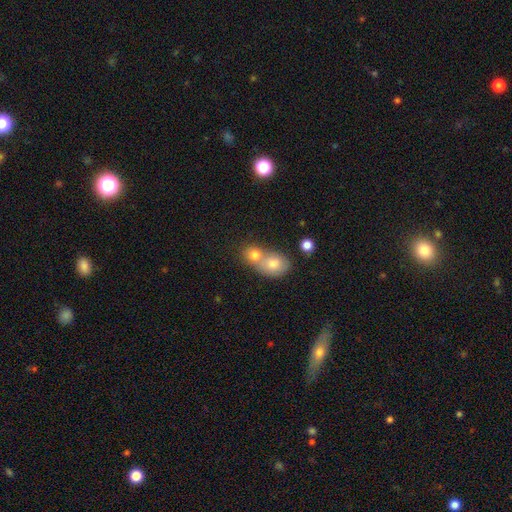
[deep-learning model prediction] smooth-or-featured: smooth: 73% | featured or disk: 15% | star or artifact: 12%
  how-rounded: round: 64% | in between: 34% | cigar-shaped: 2%
  merging: merger: 65% | none: 27% | minor disturbance: 5% | major disturbance: 3%